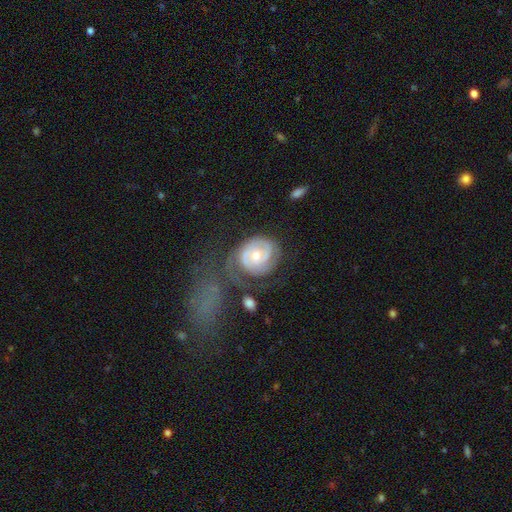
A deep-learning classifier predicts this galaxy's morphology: This appears to be a featured or disk galaxy (79%) with no bar (68%), 2 (45%) tight (71%) spiral arms (91%) and a moderate central bulge (53%). Merging: none (50%).